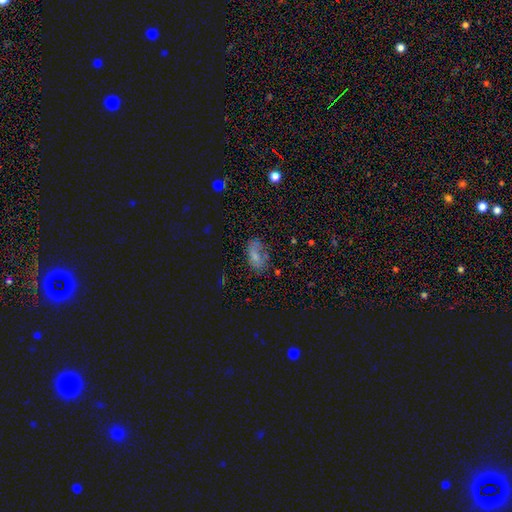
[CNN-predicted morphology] This is likely a smooth galaxy (63%). How rounded: clearly in between (89%). Merging: possibly none (53%).